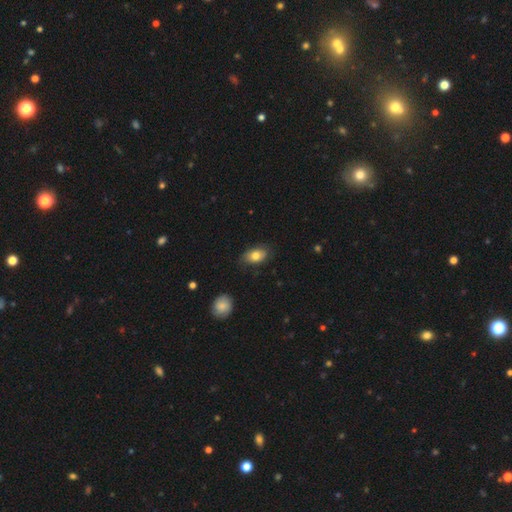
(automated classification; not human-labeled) Q: Smooth or featured?
A: smooth (79%); runner-up: featured or disk (13%)
Q: How rounded?
A: in between (89%); runner-up: round (9%)
Q: Merging?
A: none (78%); runner-up: minor disturbance (18%)